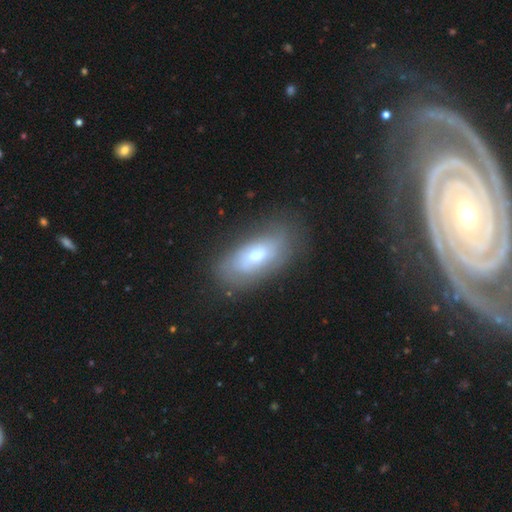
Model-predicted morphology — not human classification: Smooth or featured? smooth (47%)
Merging? none (66%)